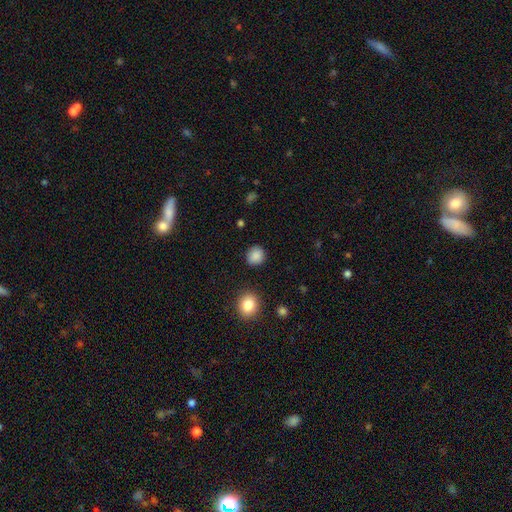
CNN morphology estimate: smooth 87%, star or artifact 9%, featured or disk 3%. Down the decision tree: how rounded — round (86%); merging — none (88%).